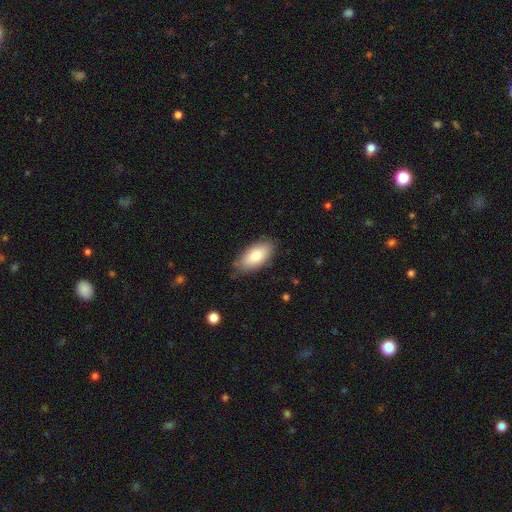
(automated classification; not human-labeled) Overall: smooth (82%). How rounded: in between (92%). Merging: none (80%).